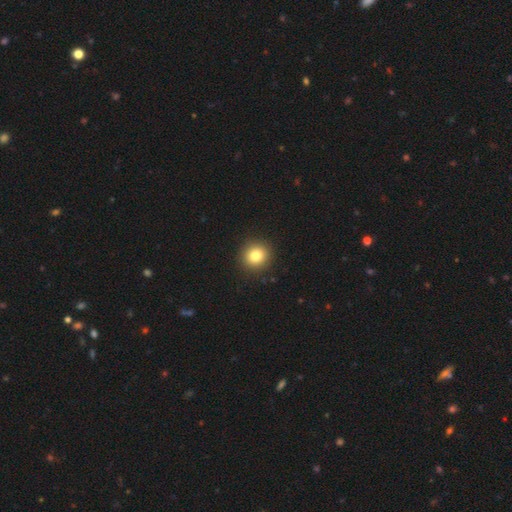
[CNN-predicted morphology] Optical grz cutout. It shows a smooth galaxy with no disk features (82%) that is round (88%). Merging: none (92%).